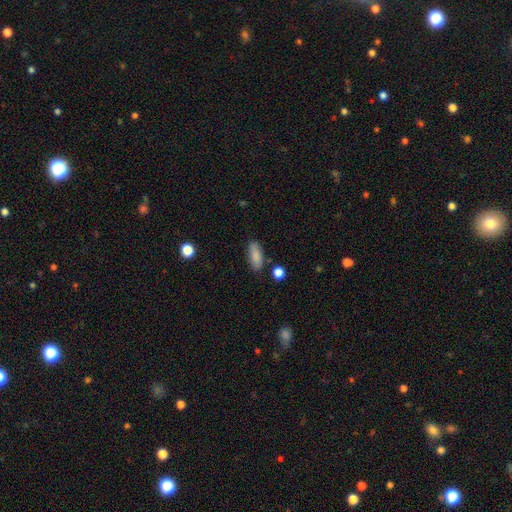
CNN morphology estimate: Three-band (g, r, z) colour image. It shows a smooth galaxy with no disk features (85%) that is in between round and cigar-shaped (79%). Merging: none (81%).